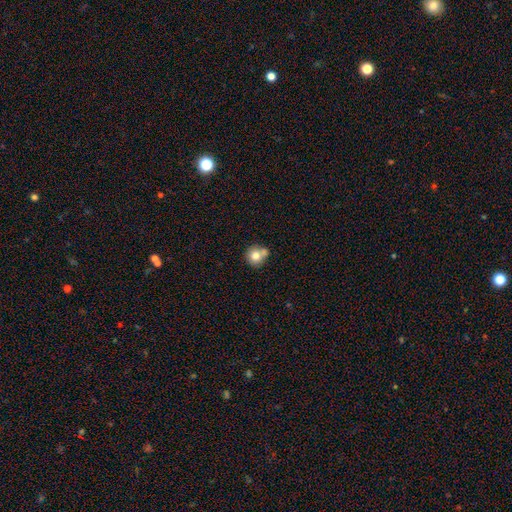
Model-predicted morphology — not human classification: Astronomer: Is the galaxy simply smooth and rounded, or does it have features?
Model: smooth — 76%.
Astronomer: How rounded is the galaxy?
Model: round — 89%.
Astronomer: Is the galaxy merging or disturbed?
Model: none — 51% (runner-up: merger, 34%).